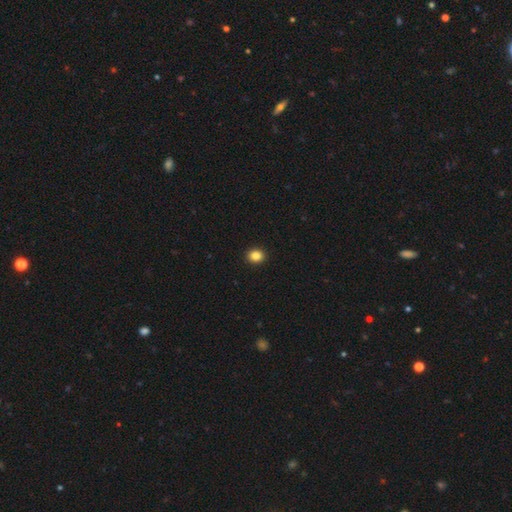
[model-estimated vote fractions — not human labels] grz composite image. It shows a smooth galaxy with no disk features (85%) that is round (71%). Merging: none (93%).